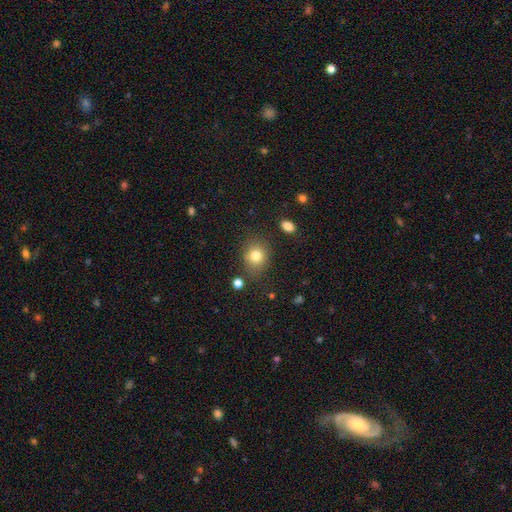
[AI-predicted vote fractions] A smooth galaxy with no disk features (80%) that is round (65%). Merging: none (76%).